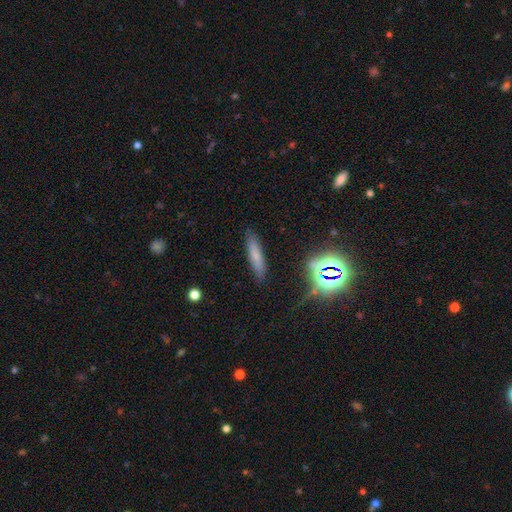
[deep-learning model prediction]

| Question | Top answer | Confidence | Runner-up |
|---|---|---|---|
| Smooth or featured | smooth | 64% | featured or disk (20%) |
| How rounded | cigar-shaped | 81% | in between (16%) |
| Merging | none | 84% | minor disturbance (12%) |